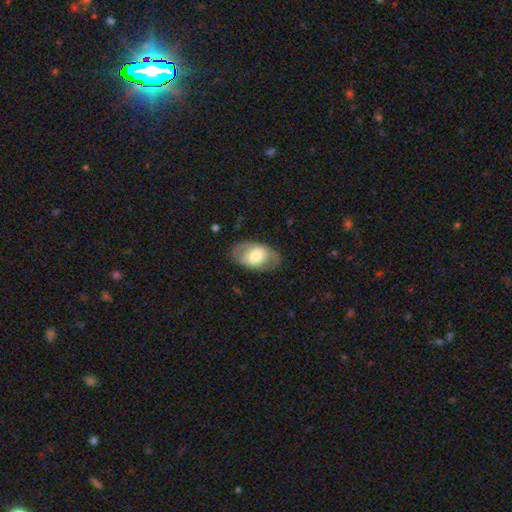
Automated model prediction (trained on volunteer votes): Morphology: type=smooth (51%); roundness=in between (89%); merging=none (77%).